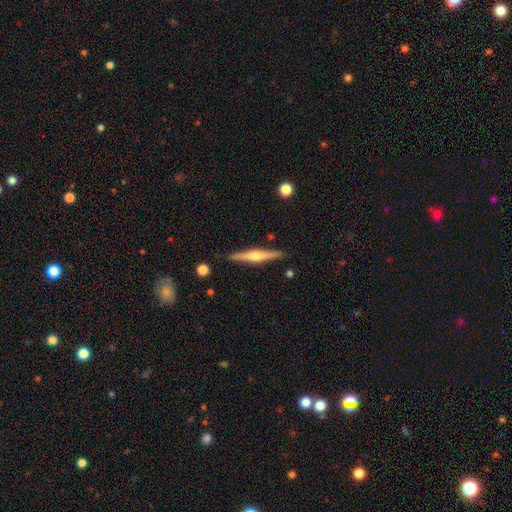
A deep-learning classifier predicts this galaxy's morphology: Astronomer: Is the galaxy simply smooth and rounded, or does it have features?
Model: featured or disk — 70%.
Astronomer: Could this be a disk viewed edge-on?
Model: yes — 98%.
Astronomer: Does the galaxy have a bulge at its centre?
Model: rounded — 84%.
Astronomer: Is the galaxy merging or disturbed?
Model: none — 90%.